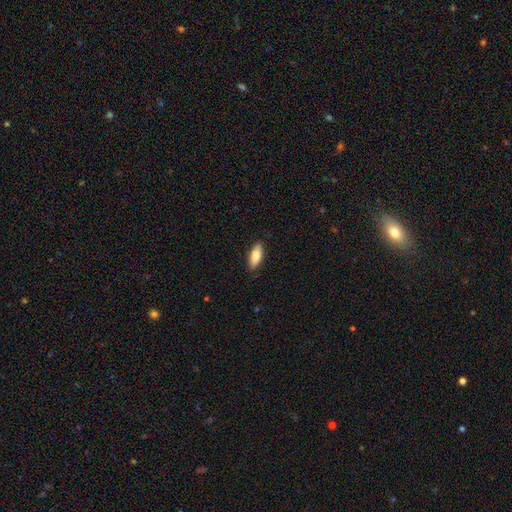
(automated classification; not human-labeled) Smooth or featured: smooth — 80% (featured or disk — 14%)
How rounded: in between — 74% (cigar-shaped — 24%)
Merging: none — 88% (minor disturbance — 9%)